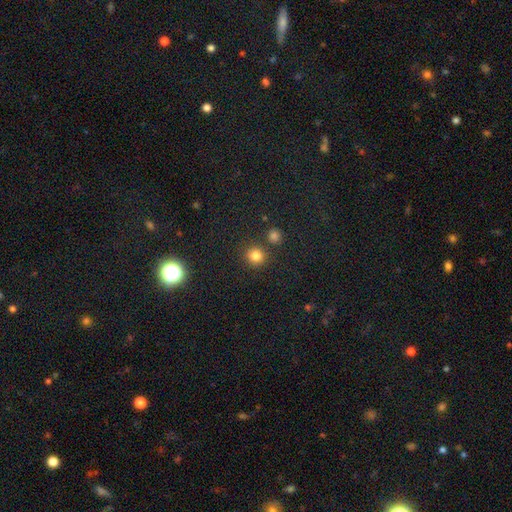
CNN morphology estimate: type=smooth (80%); roundness=round (91%); merging=none (83%).